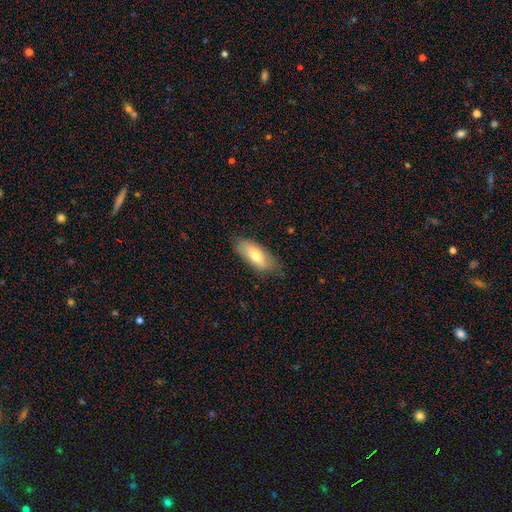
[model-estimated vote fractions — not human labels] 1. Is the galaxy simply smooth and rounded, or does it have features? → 72% smooth, 21% featured or disk, 6% star or artifact.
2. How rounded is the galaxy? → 79% in between, 19% cigar-shaped, 2% round.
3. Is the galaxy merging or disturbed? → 78% none, 18% minor disturbance, 3% major disturbance, 1% merger.